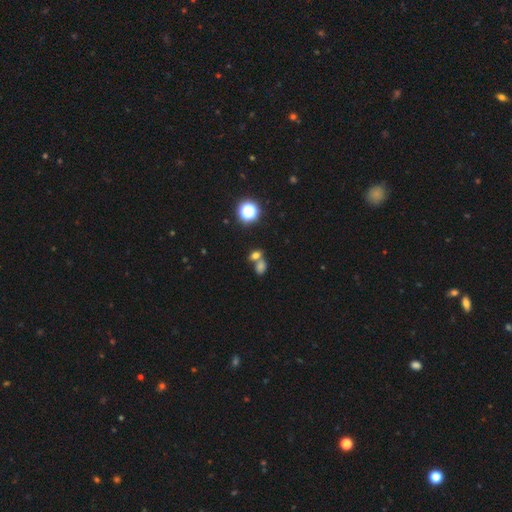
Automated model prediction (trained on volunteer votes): smooth-or-featured: smooth: 68% | star or artifact: 20% | featured or disk: 12%
  how-rounded: in between: 68% | round: 29% | cigar-shaped: 3%
  merging: merger: 54% | none: 34% | minor disturbance: 8% | major disturbance: 4%